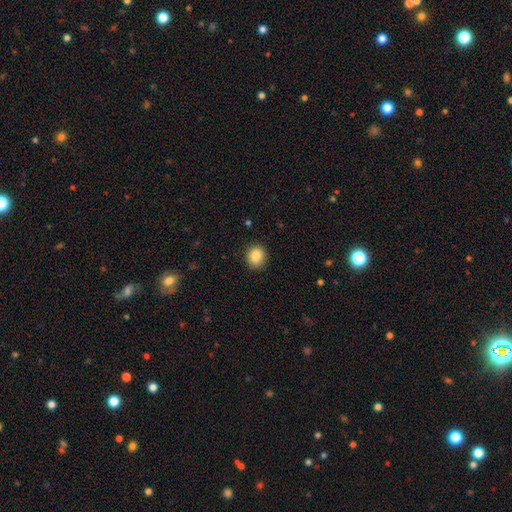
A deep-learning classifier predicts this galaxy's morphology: The model was most divided on "how rounded": round: 73%, in between: 26%, cigar-shaped: 1%. More confident: merging — none (89%); smooth or featured — smooth (87%).